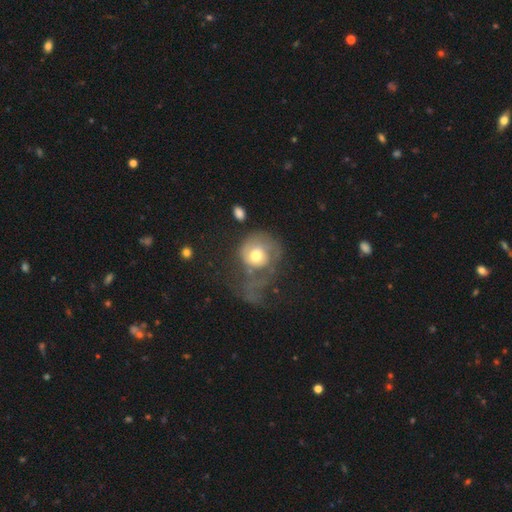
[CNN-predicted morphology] Smooth or featured? featured or disk (49%)
Merging? major disturbance (56%)